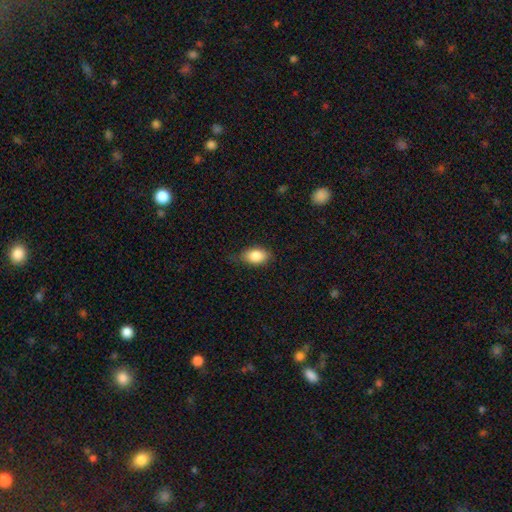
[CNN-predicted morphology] smooth 85%, featured or disk 8%, star or artifact 7%. Down the decision tree: how rounded — in between (87%); merging — none (68%).